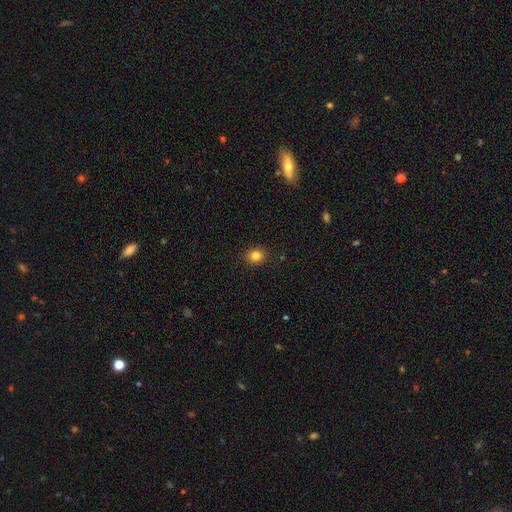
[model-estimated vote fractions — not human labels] This appears to be a smooth galaxy with no disk features (82%) that is round (74%). Merging: none (90%).